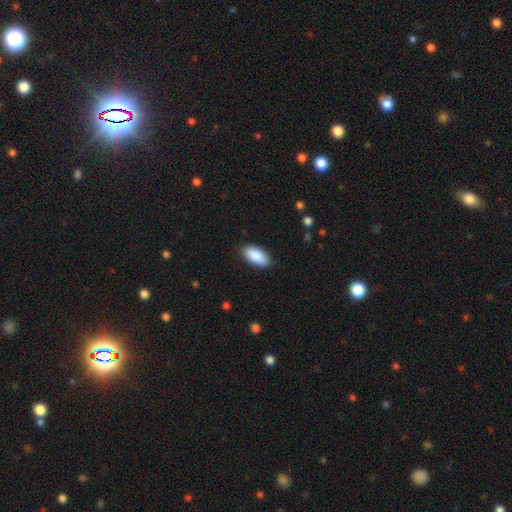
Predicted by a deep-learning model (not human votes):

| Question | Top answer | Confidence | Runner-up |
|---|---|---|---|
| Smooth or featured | smooth | 90% | star or artifact (6%) |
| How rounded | in between | 93% | cigar-shaped (5%) |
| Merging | none | 88% | minor disturbance (9%) |